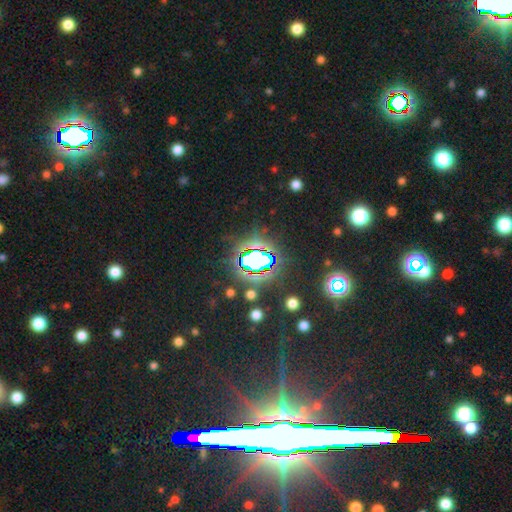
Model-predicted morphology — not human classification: A star or artifact, not a galaxy (80%).